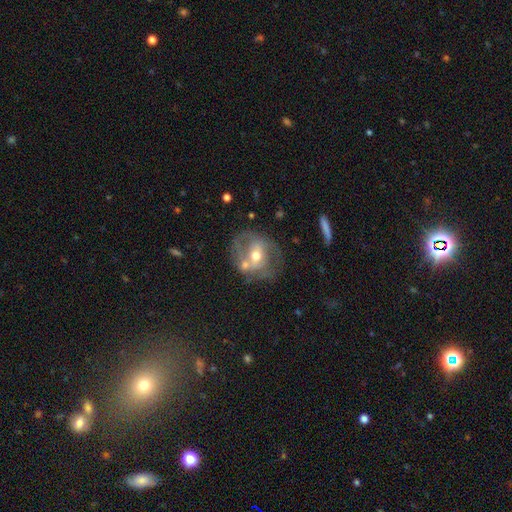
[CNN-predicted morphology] Smooth or featured? Predicted: featured or disk (p=0.67). Edge-on disk? Predicted: no (p=0.94). Bar? Predicted: no (p=0.39). Spiral arms? Predicted: yes (p=0.53). Bulge size? Predicted: moderate (p=0.69). Merging? Predicted: none (p=0.55).